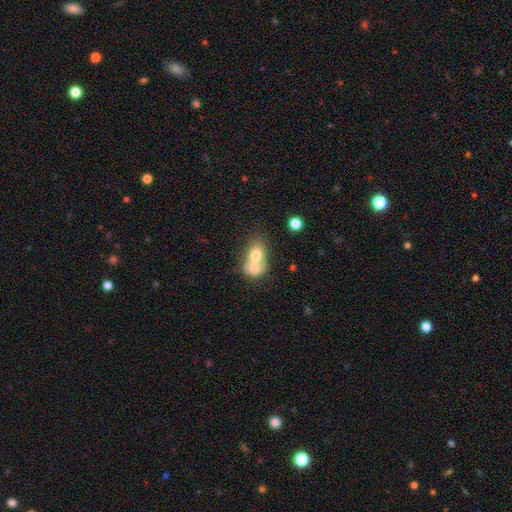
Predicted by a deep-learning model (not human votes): Smooth or featured?
  - smooth: 68% *
  - featured or disk: 23%
  - star or artifact: 9%
How rounded?
  - in between: 56% *
  - round: 43%
  - cigar-shaped: 1%
Merging?
  - merger: 74% *
  - none: 17%
  - minor disturbance: 6%
  - major disturbance: 4%